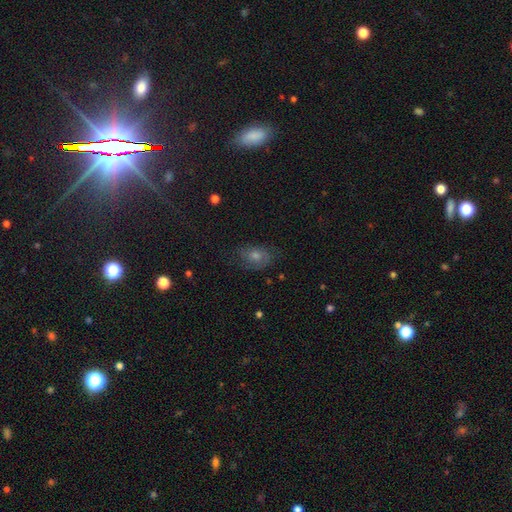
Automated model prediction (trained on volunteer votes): This appears to be a featured or disk galaxy (45%). Merging: none (71%).